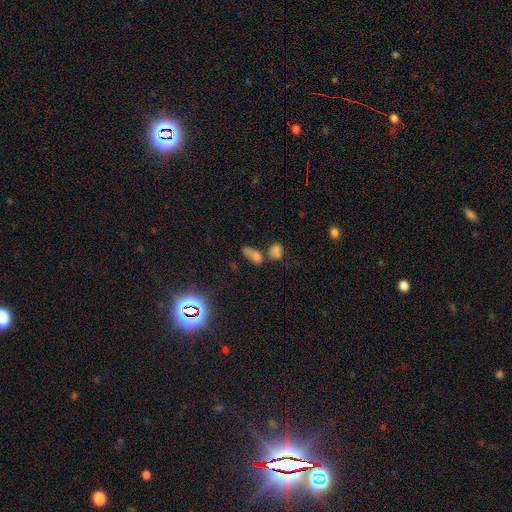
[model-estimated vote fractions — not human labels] Smooth or featured: smooth — 54% (star or artifact — 31%)
How rounded: in between — 66% (round — 23%)
Merging: merger — 39% (none — 36%)